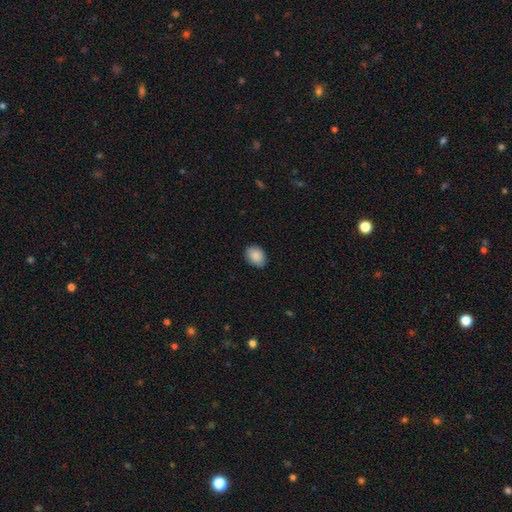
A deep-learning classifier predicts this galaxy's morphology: smooth_or_featured: smooth (p=0.89) [alt: star or artifact p=0.07]
how_rounded: in between (p=0.70) [alt: round p=0.29]
merging: none (p=0.88) [alt: minor disturbance p=0.09]